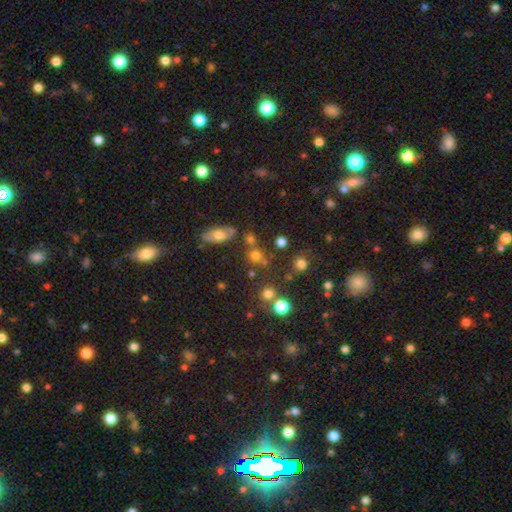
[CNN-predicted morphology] Smooth or featured? Predicted: smooth (p=0.72). How rounded? Predicted: round (p=0.79). Merging? Predicted: none (p=0.64).